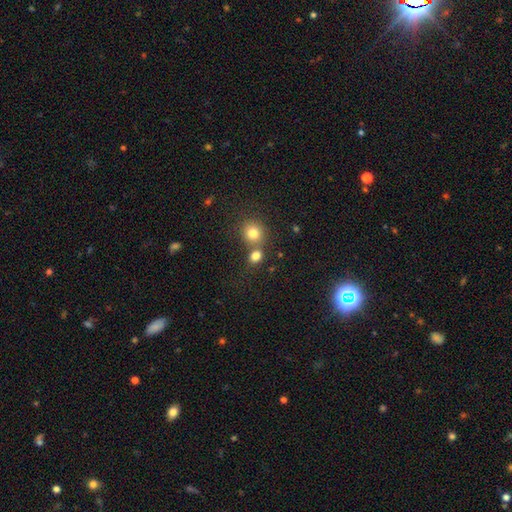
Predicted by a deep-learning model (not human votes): Overall: smooth (79%). How rounded: round (64%; in between 35%). Merging: none (54%; merger 34%).